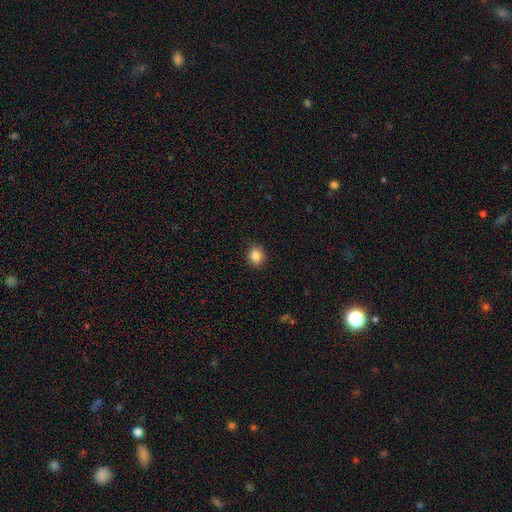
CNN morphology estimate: Smooth or featured? Predicted: smooth (p=0.84). How rounded? Predicted: round (p=0.69). Merging? Predicted: none (p=0.89).